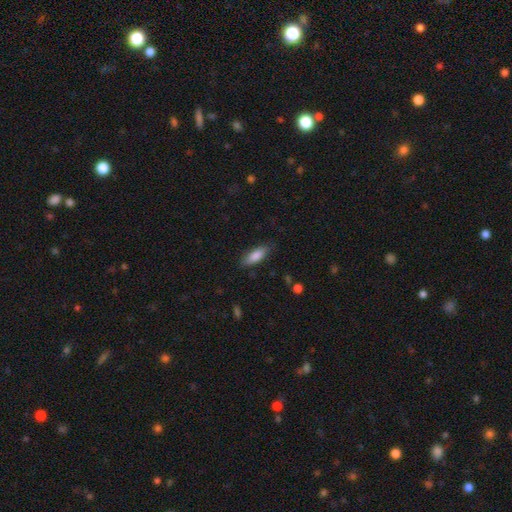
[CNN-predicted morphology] This is clearly a smooth galaxy (84%). How rounded: likely in between (68%). Merging: clearly none (82%).